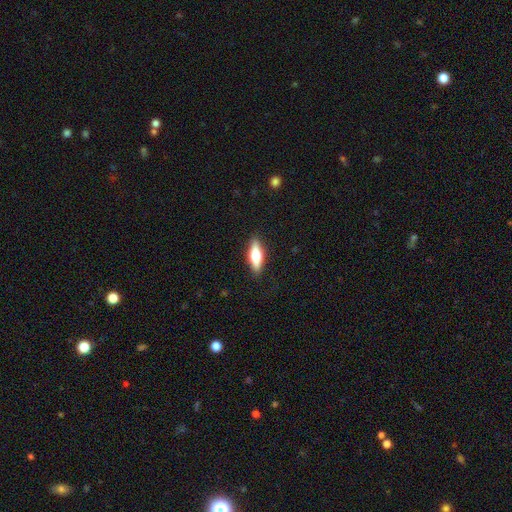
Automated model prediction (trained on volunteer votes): Overall: smooth (59%; featured or disk 35%). How rounded: in between (52%; cigar-shaped 46%). Merging: none (89%).